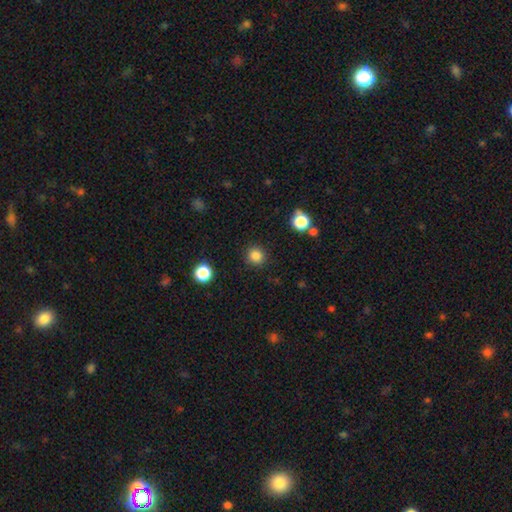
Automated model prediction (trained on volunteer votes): Morphology: type=smooth (84%); roundness=round (92%); merging=none (90%).